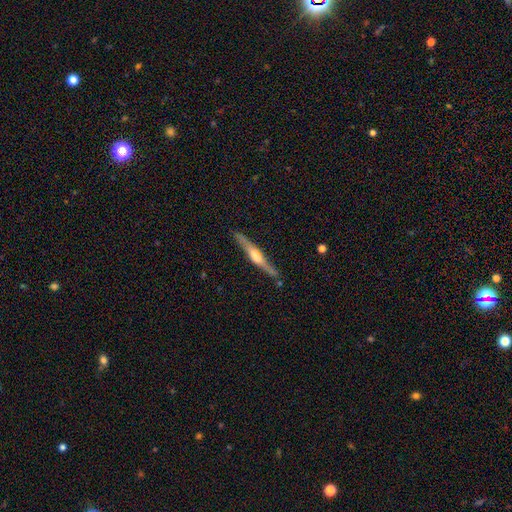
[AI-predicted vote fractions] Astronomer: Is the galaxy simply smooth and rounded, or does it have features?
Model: featured or disk — 71%.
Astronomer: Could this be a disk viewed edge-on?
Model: yes — 96%.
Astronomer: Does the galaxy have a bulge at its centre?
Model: rounded — 81%.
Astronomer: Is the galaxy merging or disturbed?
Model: none — 84%.